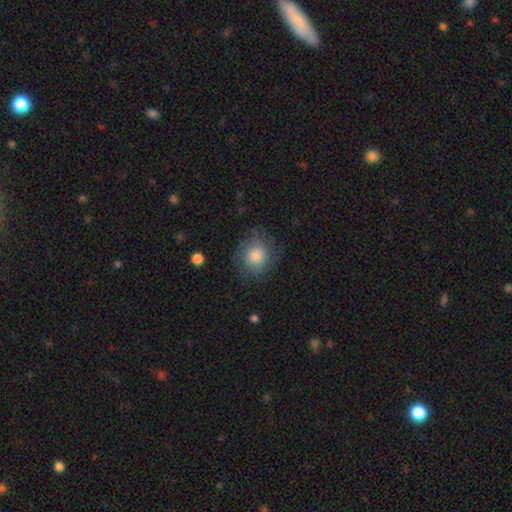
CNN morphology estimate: type=smooth (74%); roundness=round (81%); merging=none (75%).